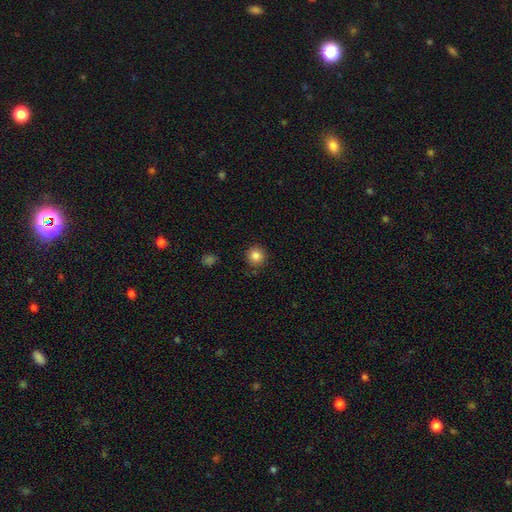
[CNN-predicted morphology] type=smooth (85%); roundness=round (93%); merging=none (86%).